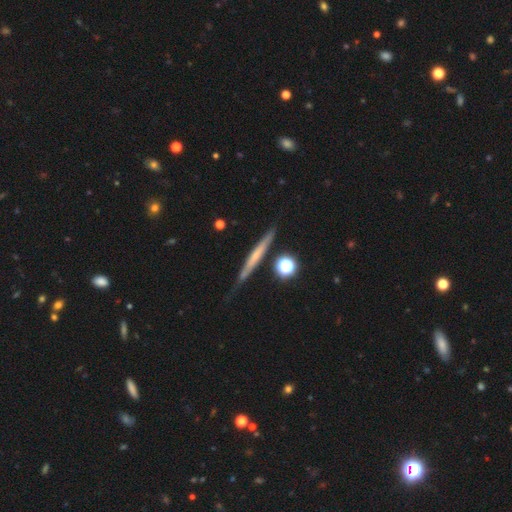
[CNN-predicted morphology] The model was most divided on "smooth or featured": featured or disk: 56%, smooth: 36%, star or artifact: 8%. More confident: edge-on disk — yes (93%); merging — none (74%); edge-on bulge — none (69%).